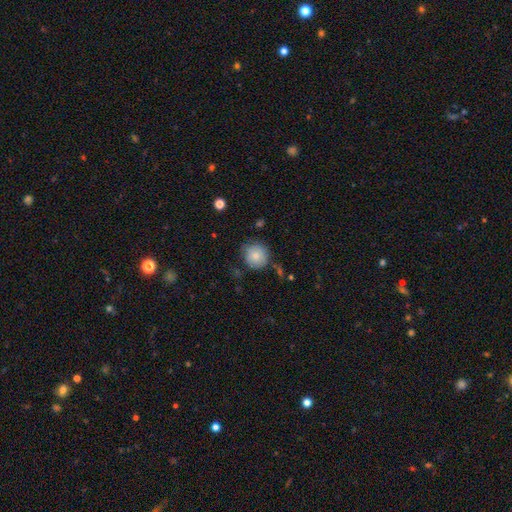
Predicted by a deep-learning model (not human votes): Overall: smooth (79%). How rounded: round (92%). Merging: none (72%).